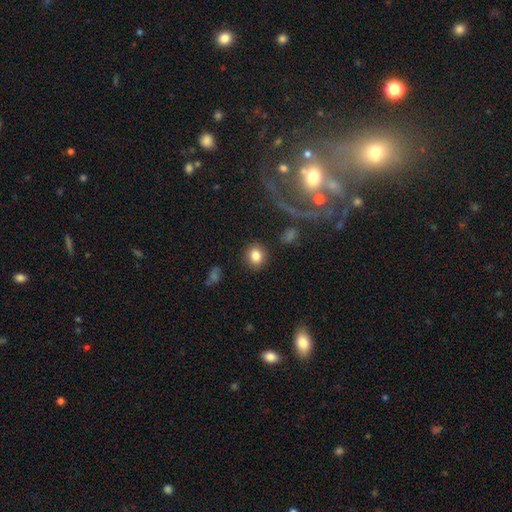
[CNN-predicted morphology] Smooth or featured? Predicted: smooth (p=0.83). How rounded? Predicted: round (p=0.75). Merging? Predicted: none (p=0.88).